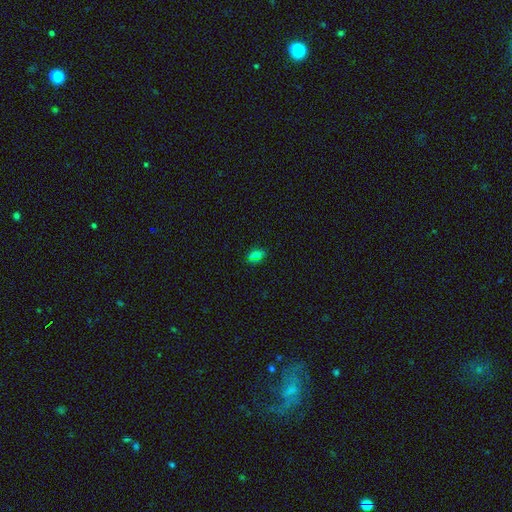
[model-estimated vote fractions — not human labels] A smooth galaxy with no disk features (75%) that is in between round and cigar-shaped (79%). Merging: none (85%).